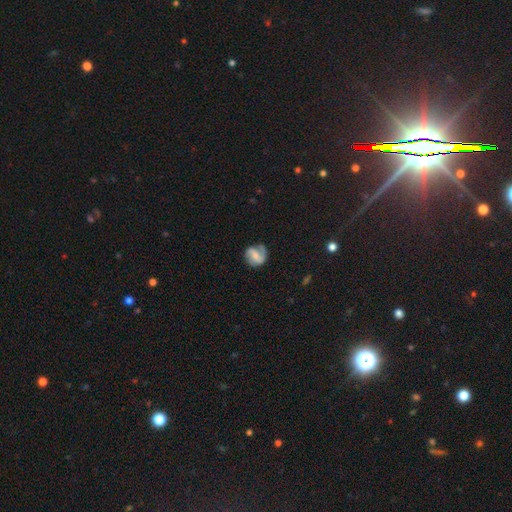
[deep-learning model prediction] Smooth or featured? featured or disk (67%)
Edge-on disk? no (97%)
Bar? weak (46%)
Spiral arms? yes (91%)
Spiral winding? medium (45%)
Spiral arm count? 2 (74%)
Bulge size? small (51%)
Merging? none (68%)